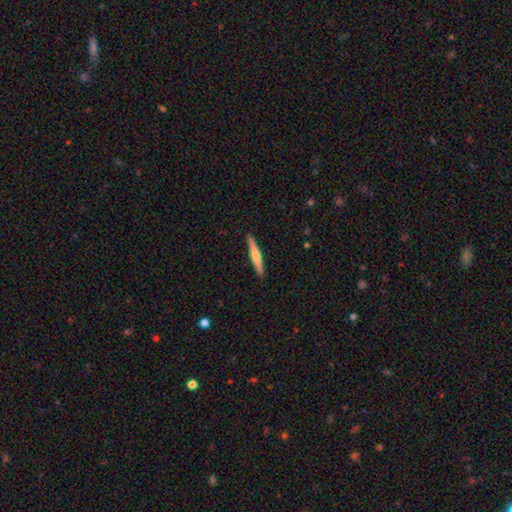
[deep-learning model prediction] The model was most divided on "smooth or featured": featured or disk: 52%, smooth: 43%, star or artifact: 5%. More confident: edge-on disk — yes (97%); merging — none (91%); edge-on bulge — rounded (79%).